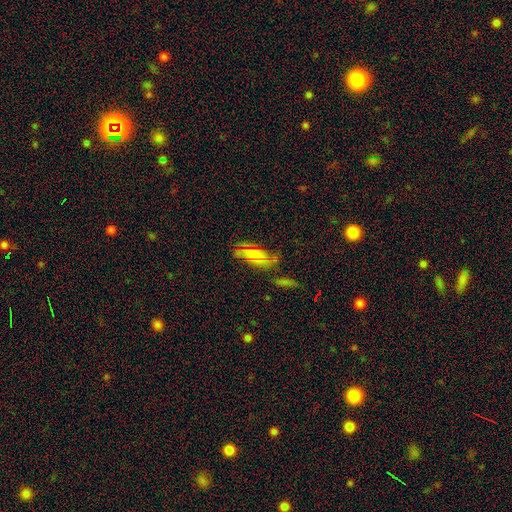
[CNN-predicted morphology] Q: Smooth or featured?
A: smooth (47%); runner-up: featured or disk (38%)
Q: Merging?
A: none (58%); runner-up: minor disturbance (23%)